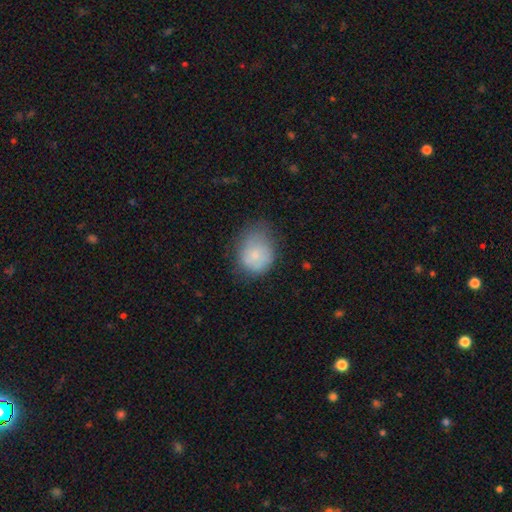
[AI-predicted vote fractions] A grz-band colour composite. It shows a smooth galaxy with no disk features (74%) that is round (53%). Merging: none (47%).